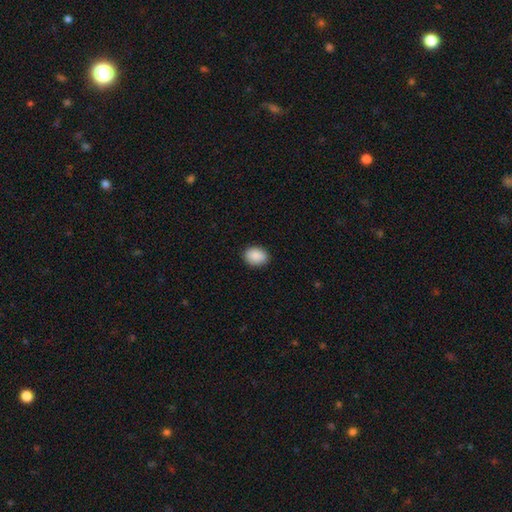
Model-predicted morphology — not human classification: smooth_or_featured: smooth (p=0.90) [alt: star or artifact p=0.07]
how_rounded: in between (p=0.66) [alt: round p=0.33]
merging: none (p=0.89) [alt: minor disturbance p=0.08]